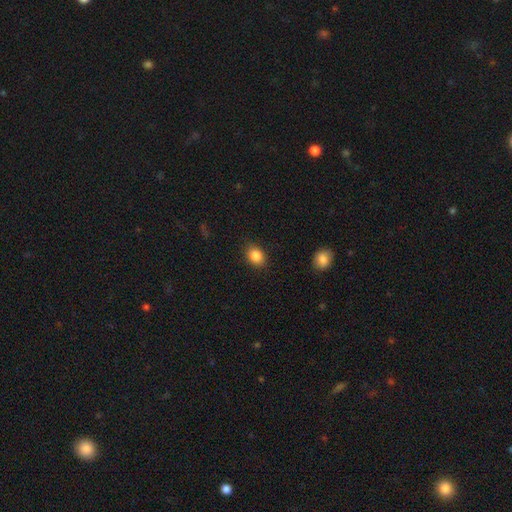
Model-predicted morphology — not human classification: smooth 86%, star or artifact 9%, featured or disk 5%. Down the decision tree: how rounded — in between (61%); merging — none (87%).